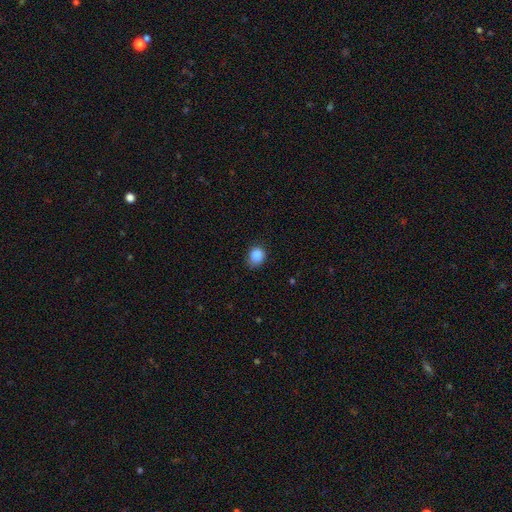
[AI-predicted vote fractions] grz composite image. It shows a smooth galaxy with no disk features (86%) that is round (65%). Merging: none (79%).